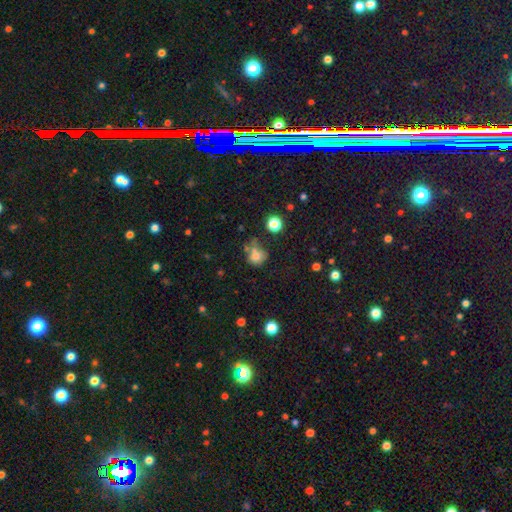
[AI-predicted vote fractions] Morphology: type=smooth (72%); roundness=round (75%); merging=none (45%).